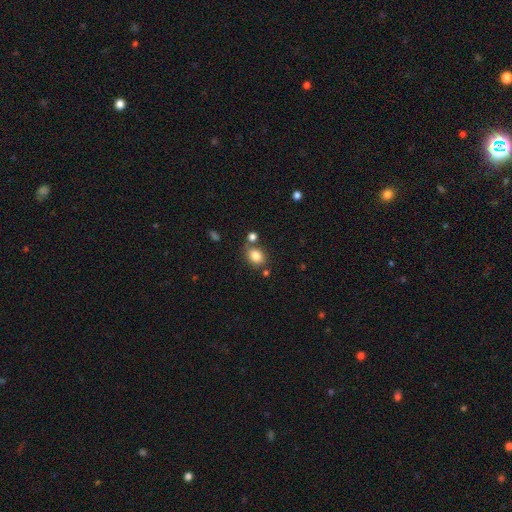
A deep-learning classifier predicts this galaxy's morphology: smooth-or-featured: smooth: 83% | star or artifact: 10% | featured or disk: 7%
  how-rounded: in between: 55% | round: 44% | cigar-shaped: 1%
  merging: none: 68% | merger: 14% | minor disturbance: 13% | major disturbance: 4%